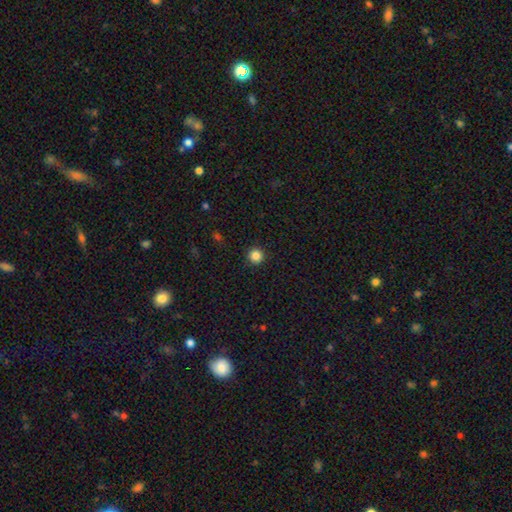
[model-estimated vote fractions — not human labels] smooth-or-featured: smooth: 85% | star or artifact: 11% | featured or disk: 4%
  how-rounded: round: 95% | in between: 4% | cigar-shaped: 1%
  merging: none: 93% | minor disturbance: 5% | major disturbance: 2% | merger: 1%